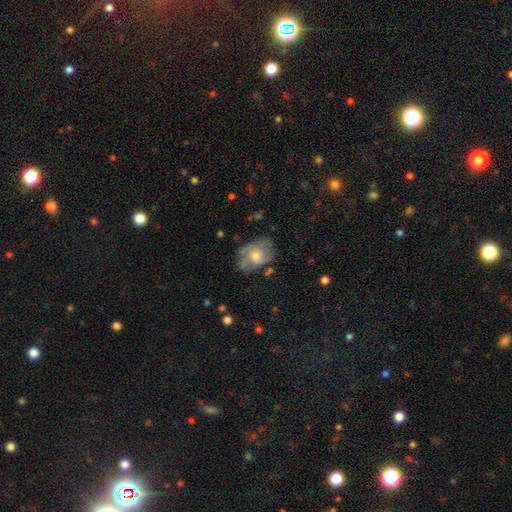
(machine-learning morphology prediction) featured or disk 61%, smooth 31%, star or artifact 8%. Down the decision tree: edge-on disk — no (97%); bar — no (76%); spiral arms — yes (75%); bulge size — moderate (51%); merging — none (54%).